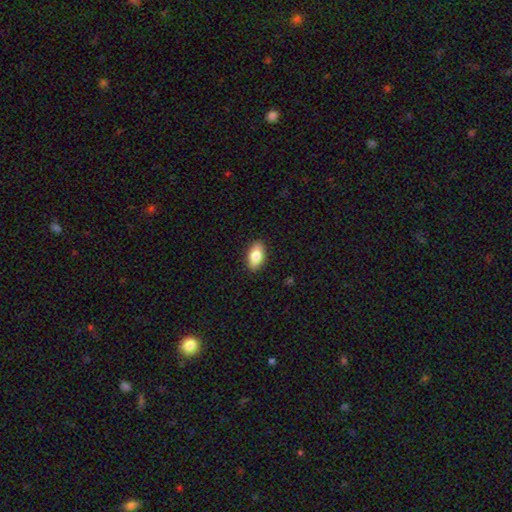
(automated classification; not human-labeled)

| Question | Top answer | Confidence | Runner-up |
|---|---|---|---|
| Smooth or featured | smooth | 79% | featured or disk (14%) |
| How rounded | in between | 89% | cigar-shaped (6%) |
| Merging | none | 89% | minor disturbance (9%) |